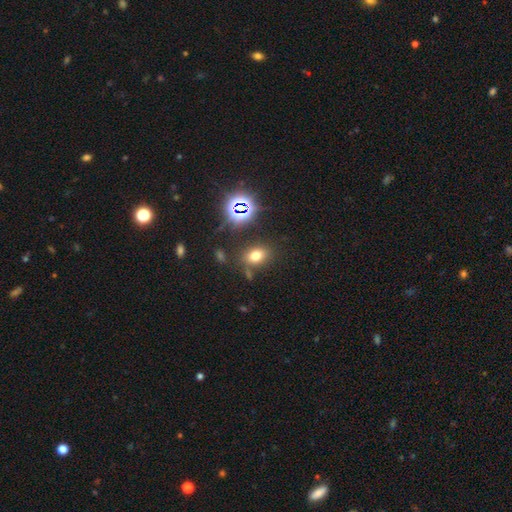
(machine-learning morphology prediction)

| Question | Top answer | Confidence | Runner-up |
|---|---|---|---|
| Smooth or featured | smooth | 68% | star or artifact (22%) |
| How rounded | in between | 68% | round (31%) |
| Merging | none | 77% | minor disturbance (12%) |